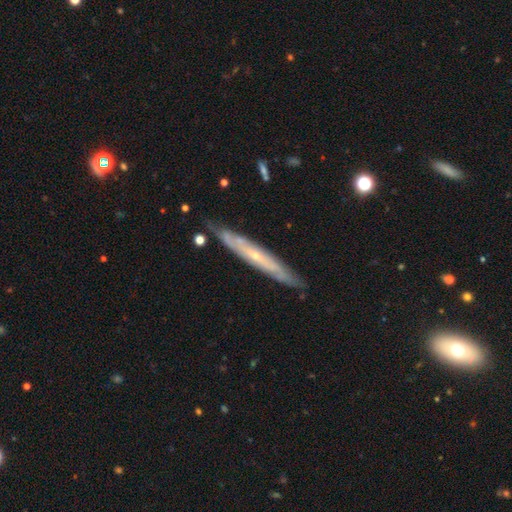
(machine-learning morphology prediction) A featured or disk galaxy (70%) viewed edge-on (74%) with no central bulge (49%).

Vote fractions:
- Smooth or featured? featured or disk: 70% / smooth: 23% / star or artifact: 6%
- Edge-on disk? yes: 74% / no: 26%
- Edge-on bulge? none: 49% / rounded: 48% / boxy: 3%
- Merging? none: 81% / minor disturbance: 14% / major disturbance: 2% / merger: 2%